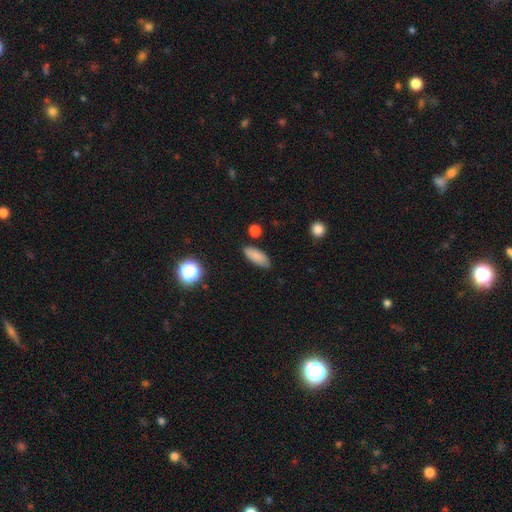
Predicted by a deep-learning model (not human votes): smooth 84%, star or artifact 9%, featured or disk 7%. Down the decision tree: how rounded — in between (77%); merging — none (85%).